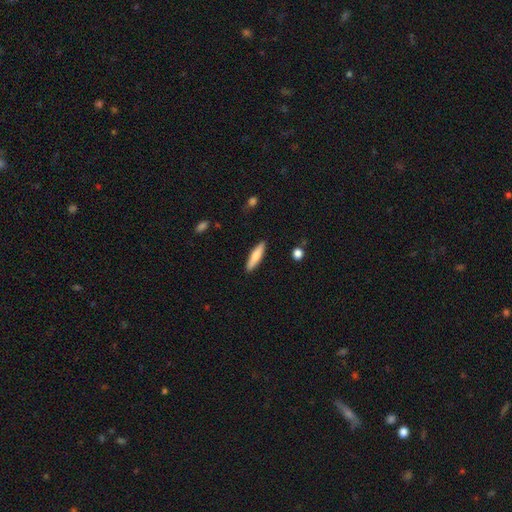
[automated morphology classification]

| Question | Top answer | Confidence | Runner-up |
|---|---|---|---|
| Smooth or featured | smooth | 70% | featured or disk (24%) |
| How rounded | cigar-shaped | 78% | in between (20%) |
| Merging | none | 89% | minor disturbance (8%) |